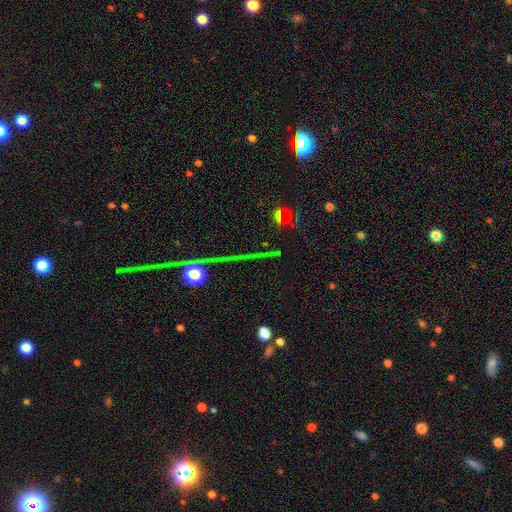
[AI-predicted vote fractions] This is likely a star or artifact rather than a galaxy (67%).